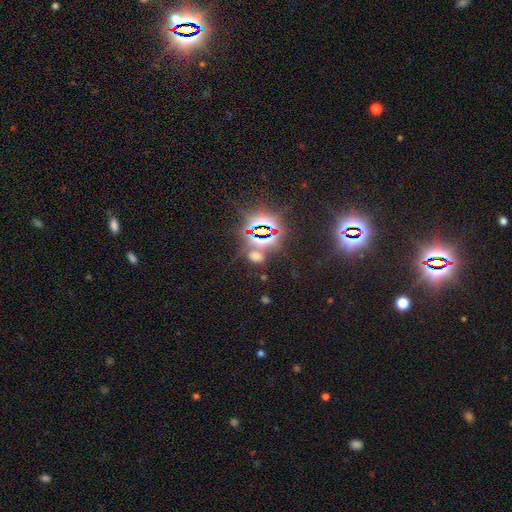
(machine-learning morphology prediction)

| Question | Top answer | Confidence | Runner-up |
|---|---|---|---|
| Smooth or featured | star or artifact | 59% | smooth (33%) |